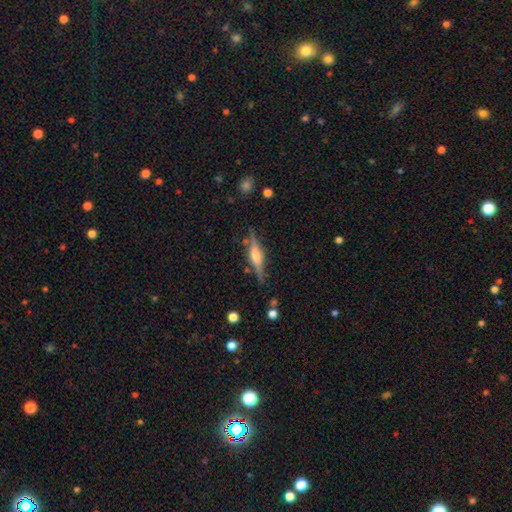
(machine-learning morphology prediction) The model was most divided on "smooth or featured": featured or disk: 70%, smooth: 23%, star or artifact: 7%. More confident: edge-on disk — yes (96%); merging — none (82%); edge-on bulge — rounded (72%).